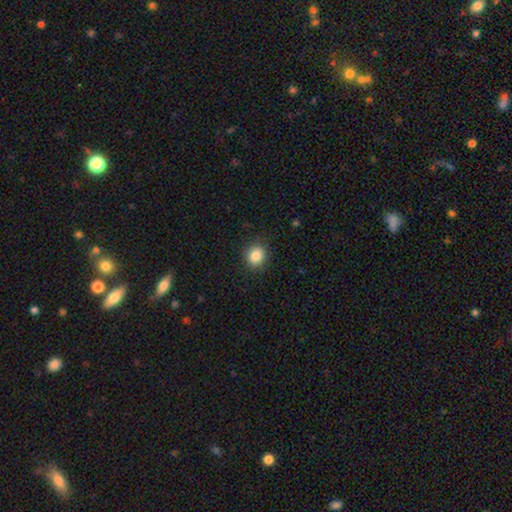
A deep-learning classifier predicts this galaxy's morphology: smooth-or-featured: smooth: 85% | star or artifact: 9% | featured or disk: 5%
  how-rounded: round: 77% | in between: 22% | cigar-shaped: 1%
  merging: none: 87% | minor disturbance: 9% | major disturbance: 3% | merger: 1%